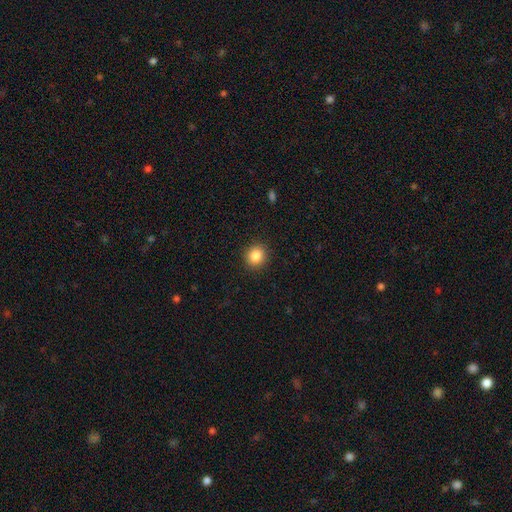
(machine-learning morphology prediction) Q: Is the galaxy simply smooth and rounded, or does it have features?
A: smooth — 85%.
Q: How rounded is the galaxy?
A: round — 83%.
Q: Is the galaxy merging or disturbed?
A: none — 91%.